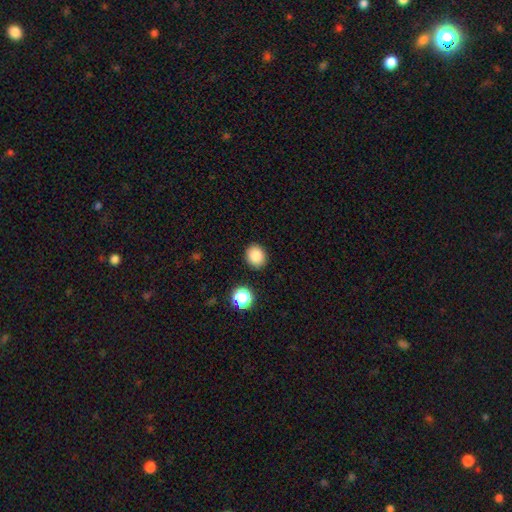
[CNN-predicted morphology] A smooth galaxy with no disk features (84%) that is round (69%).

Vote fractions:
- Smooth or featured? smooth: 84% / star or artifact: 11% / featured or disk: 5%
- How rounded? round: 69% / in between: 30% / cigar-shaped: 1%
- Merging? none: 88% / minor disturbance: 8% / major disturbance: 2% / merger: 2%